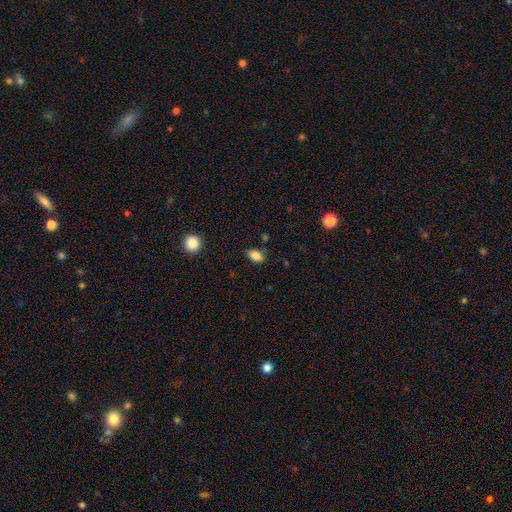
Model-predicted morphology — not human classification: Smooth or featured?
  - smooth: 85% *
  - star or artifact: 10%
  - featured or disk: 5%
How rounded?
  - in between: 81% *
  - round: 18%
  - cigar-shaped: 2%
Merging?
  - none: 79% *
  - minor disturbance: 15%
  - major disturbance: 3%
  - merger: 2%